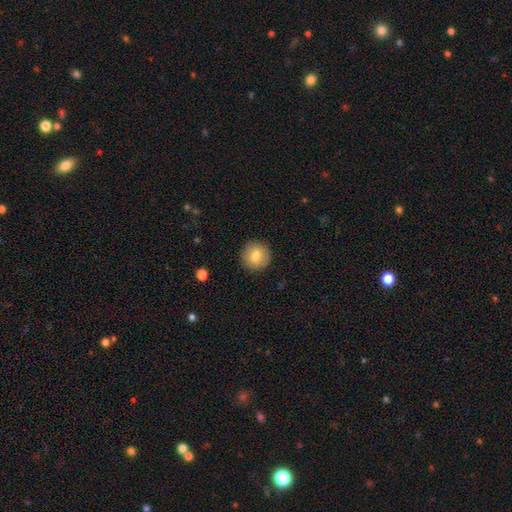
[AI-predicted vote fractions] Smooth or featured?
  - smooth: 79% *
  - featured or disk: 13%
  - star or artifact: 8%
How rounded?
  - round: 93% *
  - in between: 6%
  - cigar-shaped: 1%
Merging?
  - none: 90% *
  - minor disturbance: 7%
  - major disturbance: 2%
  - merger: 1%